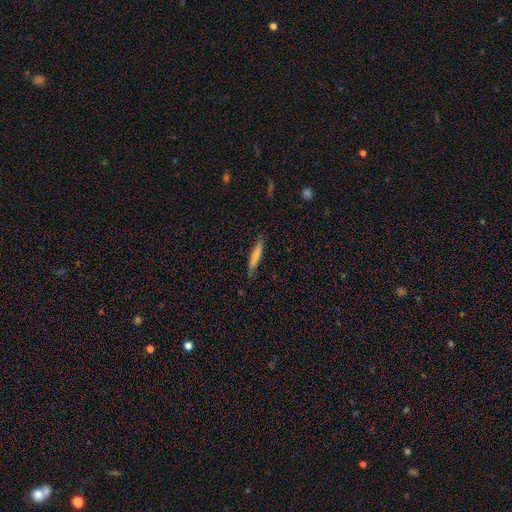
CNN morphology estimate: smooth-or-featured: smooth: 71% | featured or disk: 23% | star or artifact: 6%
  how-rounded: cigar-shaped: 92% | in between: 7% | round: 1%
  merging: none: 84% | minor disturbance: 12% | major disturbance: 2% | merger: 1%